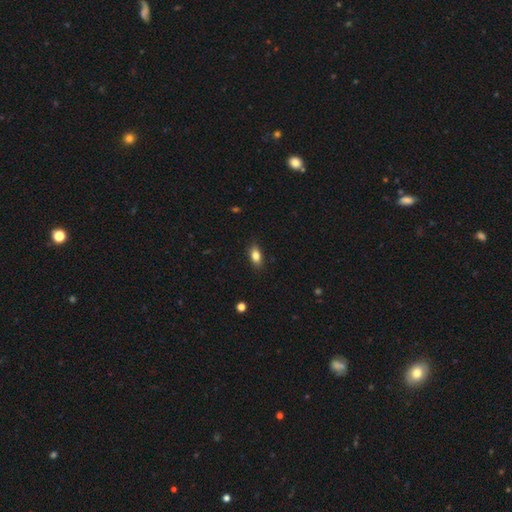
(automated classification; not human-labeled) A smooth galaxy with no disk features (82%) that is in between round and cigar-shaped (86%).

Vote fractions:
- Smooth or featured? smooth: 82% / featured or disk: 10% / star or artifact: 8%
- How rounded? in between: 86% / cigar-shaped: 7% / round: 7%
- Merging? none: 87% / minor disturbance: 10% / major disturbance: 2% / merger: 1%